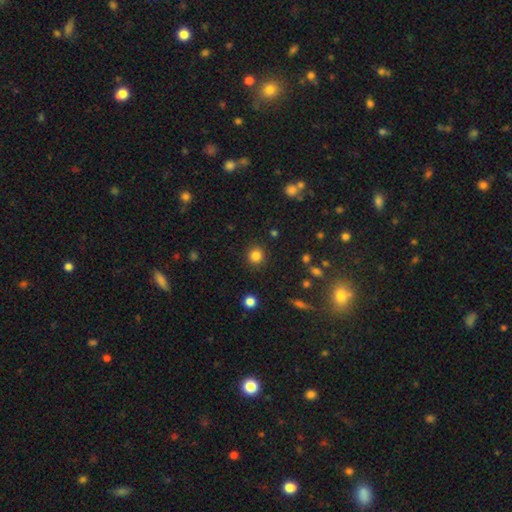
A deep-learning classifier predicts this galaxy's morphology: Overall: smooth (83%). How rounded: round (92%). Merging: none (90%).